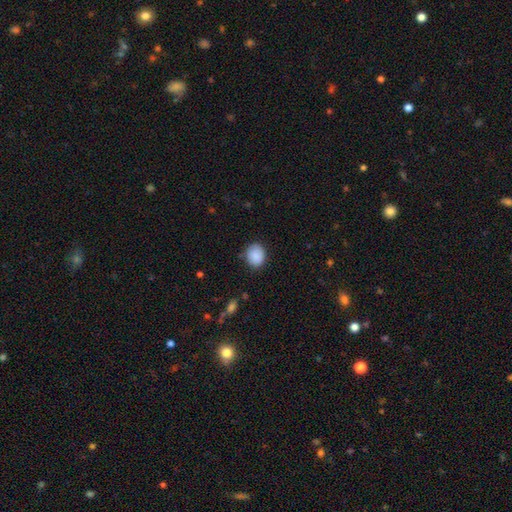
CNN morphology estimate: smooth-or-featured: smooth: 88% | star or artifact: 8% | featured or disk: 5%
  how-rounded: round: 63% | in between: 36% | cigar-shaped: 1%
  merging: none: 78% | minor disturbance: 17% | major disturbance: 3% | merger: 2%